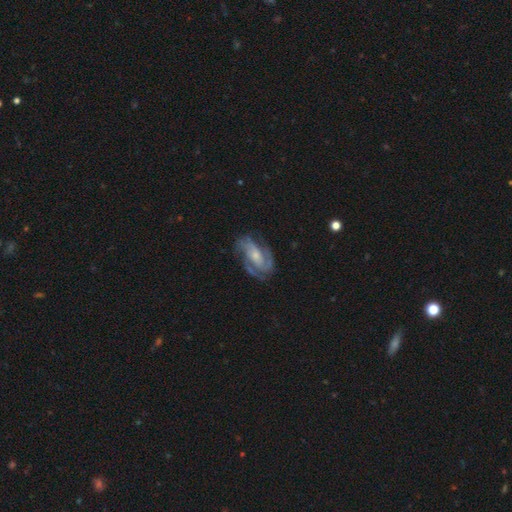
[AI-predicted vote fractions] Smooth or featured? featured or disk (87%)
Edge-on disk? no (97%)
Bar? no (50%)
Spiral arms? yes (97%)
Spiral winding? medium (45%)
Spiral arm count? 2 (44%)
Bulge size? small (50%)
Merging? none (71%)